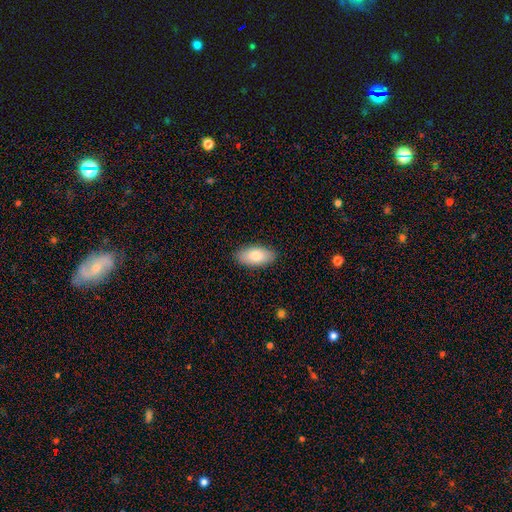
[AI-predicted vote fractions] Smooth or featured: smooth — 81% (featured or disk — 13%)
How rounded: in between — 93% (cigar-shaped — 5%)
Merging: none — 88% (minor disturbance — 9%)